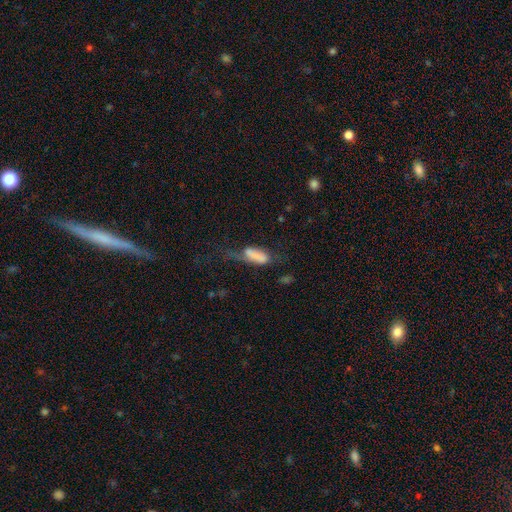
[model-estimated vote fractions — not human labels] Smooth or featured? Predicted: smooth (p=0.69). How rounded? Predicted: in between (p=0.72). Merging? Predicted: major disturbance (p=0.45).